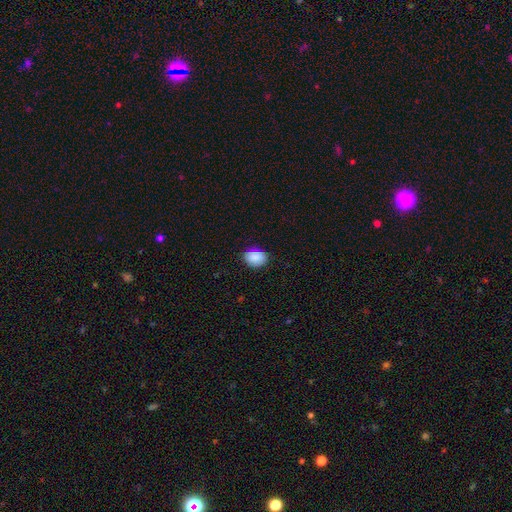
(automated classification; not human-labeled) A smooth galaxy with no disk features (87%) that is in between round and cigar-shaped (69%). Merging: none (80%).